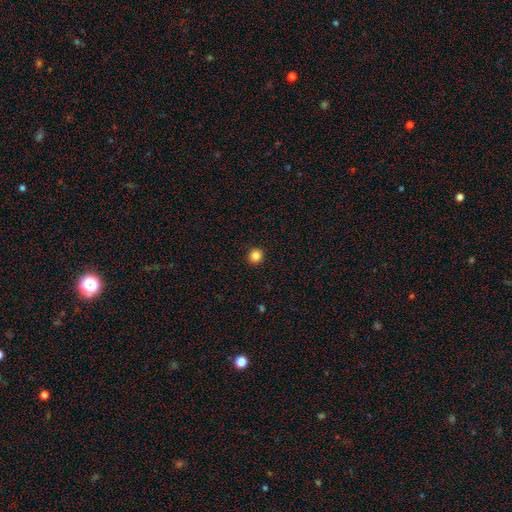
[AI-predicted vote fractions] Smooth or featured?
  - smooth: 85% *
  - star or artifact: 11%
  - featured or disk: 4%
How rounded?
  - round: 92% *
  - in between: 7%
  - cigar-shaped: 1%
Merging?
  - none: 93% *
  - minor disturbance: 5%
  - major disturbance: 2%
  - merger: 1%